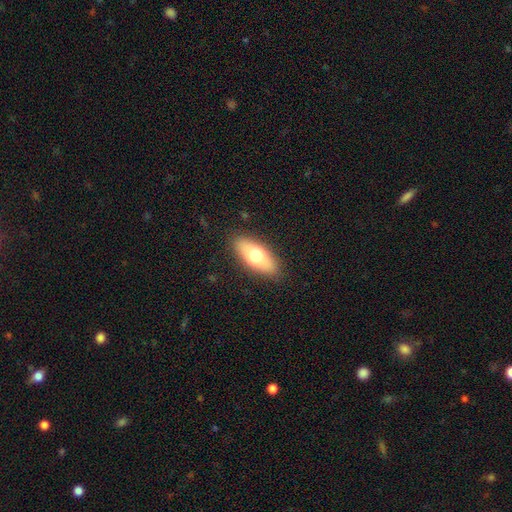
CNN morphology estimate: Overall: smooth (68%). How rounded: in between (77%). Merging: none (87%).